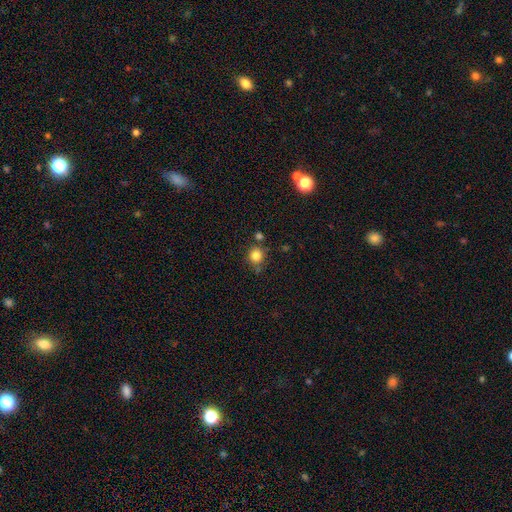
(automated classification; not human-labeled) smooth-or-featured: smooth: 83% | star or artifact: 12% | featured or disk: 6%
  how-rounded: round: 86% | in between: 13% | cigar-shaped: 1%
  merging: none: 73% | minor disturbance: 13% | merger: 10% | major disturbance: 4%